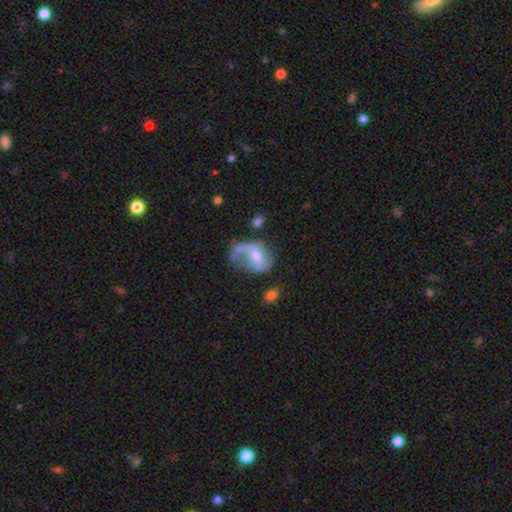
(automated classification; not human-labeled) featured or disk 75%, smooth 18%, star or artifact 7%. Down the decision tree: edge-on disk — no (97%); bar — weak (46%); spiral arms — yes (87%); spiral arm count — 2 (50%); spiral winding — loose (55%); bulge size — moderate (54%); merging — none (35%, tied with major disturbance).